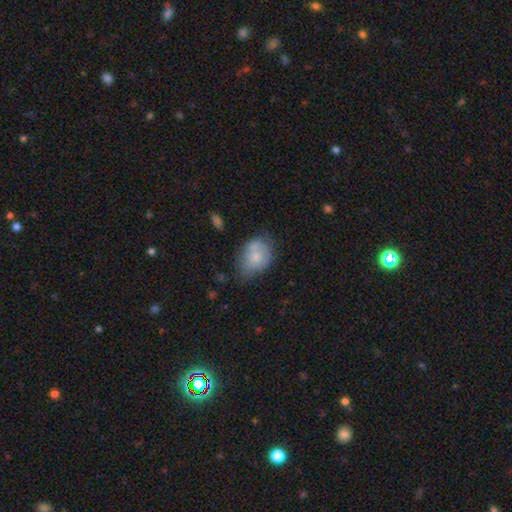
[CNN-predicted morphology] smooth 71%, featured or disk 21%, star or artifact 8%. Down the decision tree: how rounded — in between (66%); merging — none (46%).